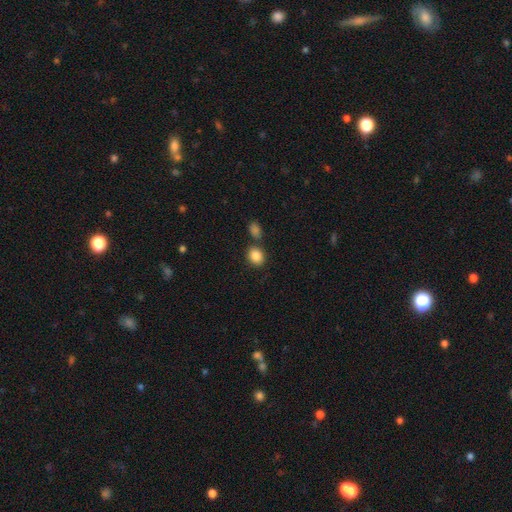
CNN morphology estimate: Smooth or featured? Predicted: smooth (p=0.86). How rounded? Predicted: round (p=0.59). Merging? Predicted: none (p=0.70).